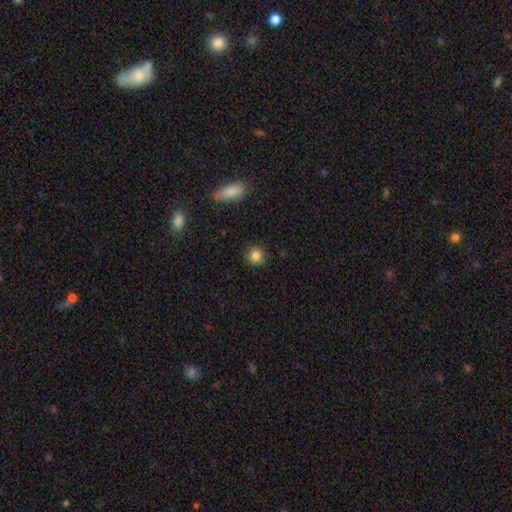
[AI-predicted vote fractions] Smooth or featured: smooth — 85% (star or artifact — 10%)
How rounded: round — 88% (in between — 11%)
Merging: none — 86% (minor disturbance — 10%)